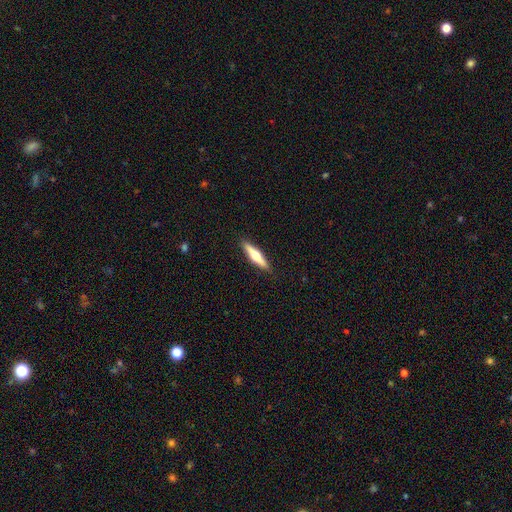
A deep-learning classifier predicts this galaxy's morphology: Overall: featured or disk (50%; smooth 45%). Merging: none (90%).